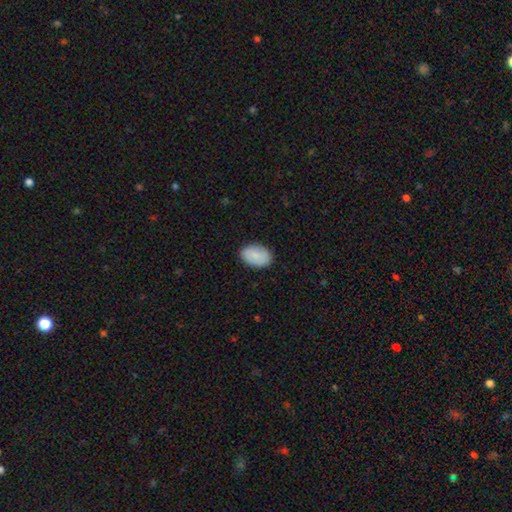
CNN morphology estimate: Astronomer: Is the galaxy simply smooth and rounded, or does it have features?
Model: smooth — 87%.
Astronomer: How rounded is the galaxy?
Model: in between — 90%.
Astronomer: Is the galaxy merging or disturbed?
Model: none — 87%.